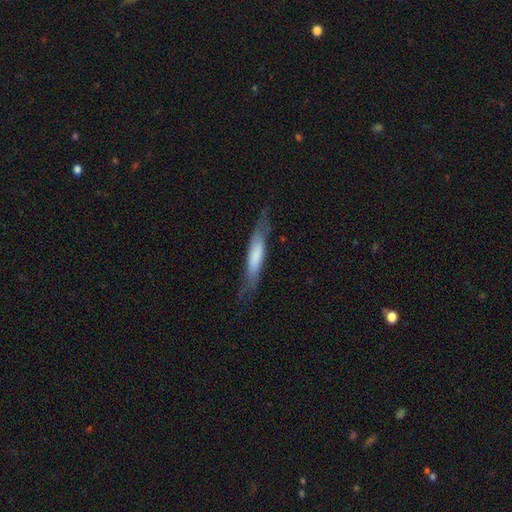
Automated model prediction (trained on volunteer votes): This is possibly a smooth galaxy (57%). How rounded: clearly cigar-shaped (85%). Merging: likely none (68%).